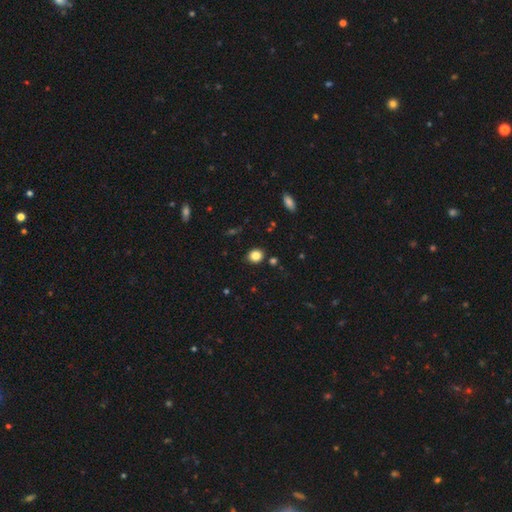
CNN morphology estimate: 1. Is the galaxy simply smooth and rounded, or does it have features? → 83% smooth, 11% star or artifact, 5% featured or disk.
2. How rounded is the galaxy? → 71% round, 28% in between, 1% cigar-shaped.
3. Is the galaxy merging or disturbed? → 88% none, 7% minor disturbance, 3% merger, 2% major disturbance.